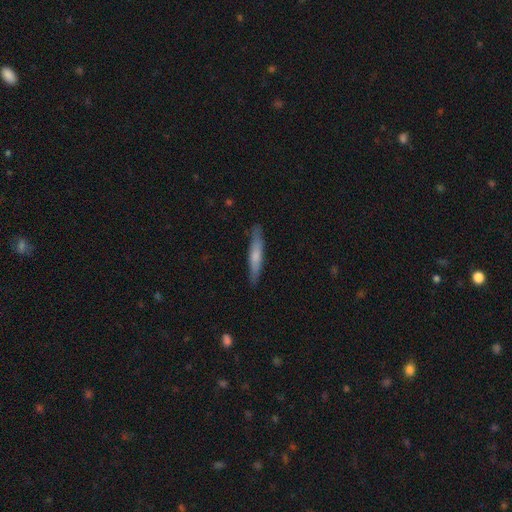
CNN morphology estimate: The model was most divided on "smooth or featured": smooth: 57%, featured or disk: 38%, star or artifact: 5%. More confident: how rounded — cigar-shaped (92%); merging — none (87%).